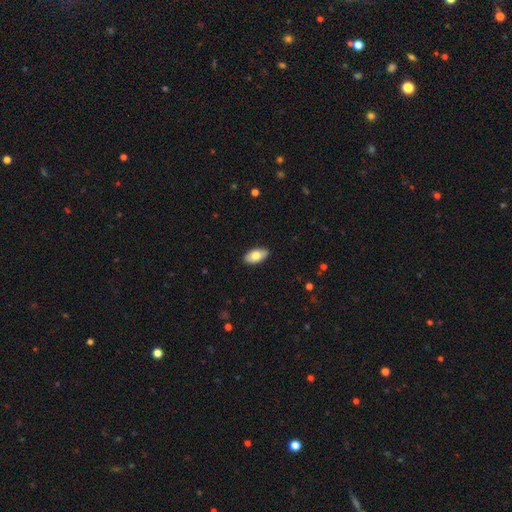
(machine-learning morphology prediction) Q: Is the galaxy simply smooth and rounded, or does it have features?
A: smooth — 75%.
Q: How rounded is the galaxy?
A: in between — 94%.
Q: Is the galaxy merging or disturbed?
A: none — 87%.